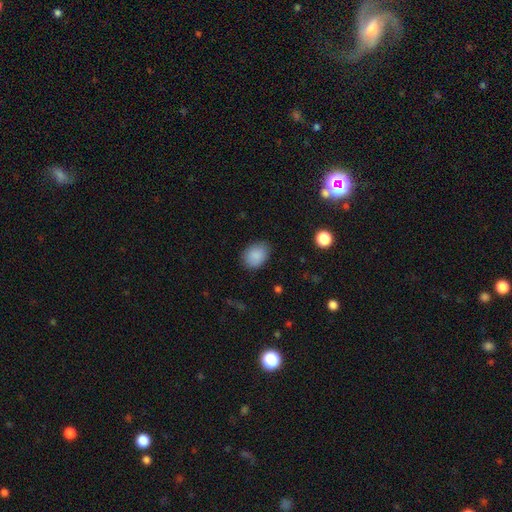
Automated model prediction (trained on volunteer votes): The model was most divided on "how rounded": in between: 66%, round: 33%, cigar-shaped: 1%. More confident: smooth or featured — smooth (88%); merging — none (81%).